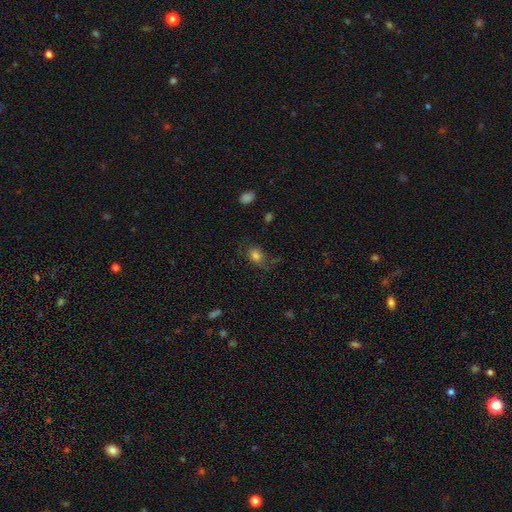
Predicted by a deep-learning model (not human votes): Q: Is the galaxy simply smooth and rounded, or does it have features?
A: smooth — 79%.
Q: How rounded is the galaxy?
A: in between — 63%.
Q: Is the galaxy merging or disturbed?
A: none — 64%.